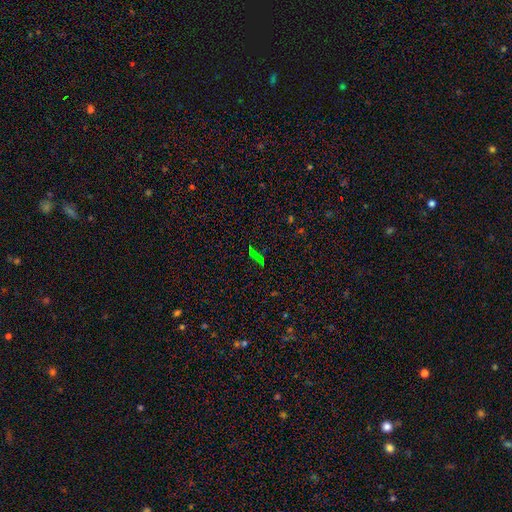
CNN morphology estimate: The model was most divided on "smooth or featured": star or artifact: 61%, smooth: 26%, featured or disk: 13%.